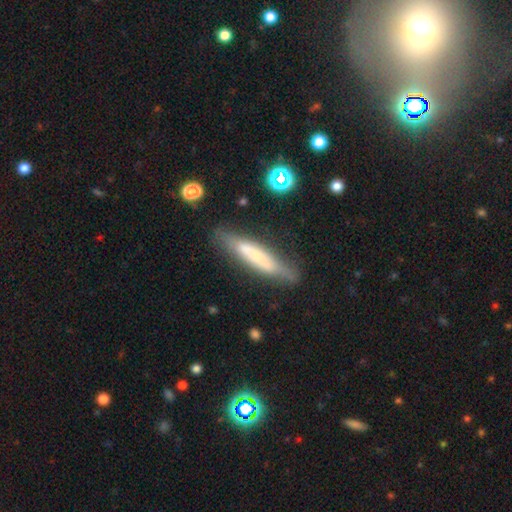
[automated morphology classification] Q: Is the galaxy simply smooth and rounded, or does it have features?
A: smooth — 52%.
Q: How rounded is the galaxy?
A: cigar-shaped — 86%.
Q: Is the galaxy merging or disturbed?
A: none — 72%.